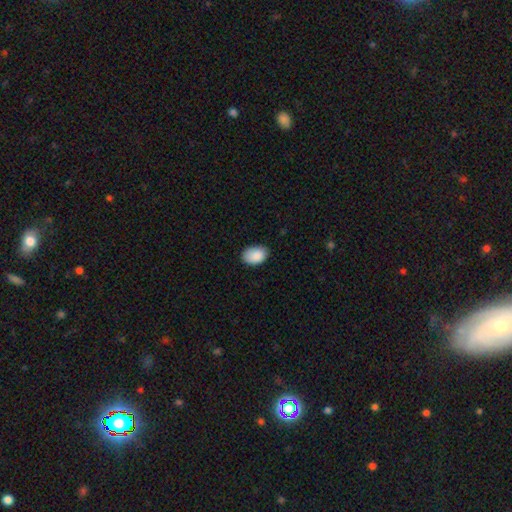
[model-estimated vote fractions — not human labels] smooth 89%, star or artifact 7%, featured or disk 4%. Down the decision tree: how rounded — in between (87%); merging — none (76%).